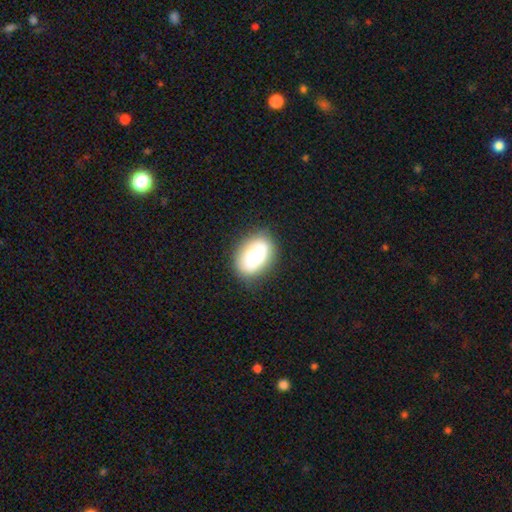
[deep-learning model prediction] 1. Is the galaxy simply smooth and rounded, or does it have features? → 61% smooth, 31% featured or disk, 8% star or artifact.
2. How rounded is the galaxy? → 82% in between, 16% round, 1% cigar-shaped.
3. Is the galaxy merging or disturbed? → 70% none, 20% minor disturbance, 7% major disturbance, 3% merger.